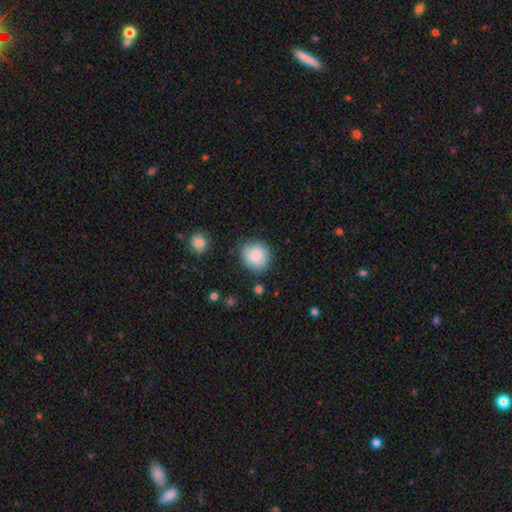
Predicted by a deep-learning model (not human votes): smooth-or-featured: smooth: 87% | star or artifact: 8% | featured or disk: 6%
  how-rounded: round: 83% | in between: 16% | cigar-shaped: 1%
  merging: none: 78% | minor disturbance: 16% | major disturbance: 4% | merger: 3%